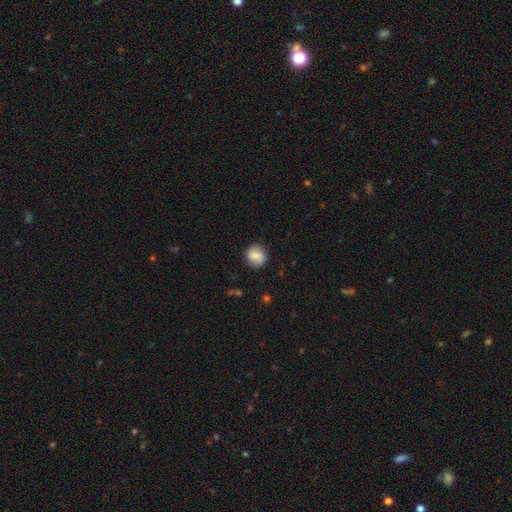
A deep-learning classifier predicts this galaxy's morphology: Smooth or featured?
  - smooth: 76% *
  - featured or disk: 16%
  - star or artifact: 8%
How rounded?
  - round: 83% *
  - in between: 16%
  - cigar-shaped: 1%
Merging?
  - none: 84% *
  - minor disturbance: 12%
  - major disturbance: 3%
  - merger: 1%